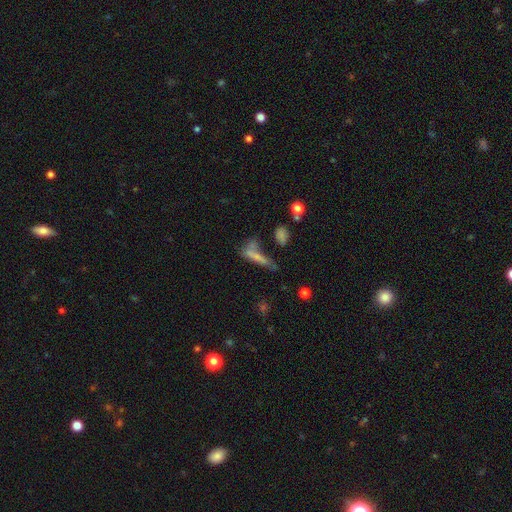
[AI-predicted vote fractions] smooth_or_featured: smooth (p=0.59) [alt: featured or disk p=0.27]
how_rounded: cigar-shaped (p=0.69) [alt: in between p=0.27]
merging: none (p=0.34) [alt: merger p=0.25]